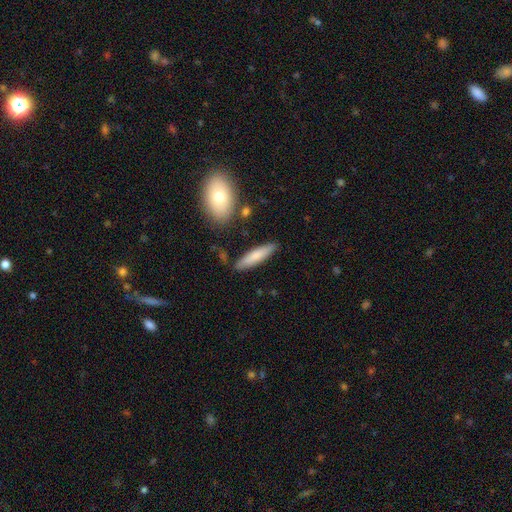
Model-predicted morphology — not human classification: Smooth or featured?
  - smooth: 74% *
  - featured or disk: 20%
  - star or artifact: 6%
How rounded?
  - cigar-shaped: 77% *
  - in between: 21%
  - round: 2%
Merging?
  - none: 83% *
  - minor disturbance: 11%
  - merger: 3%
  - major disturbance: 2%